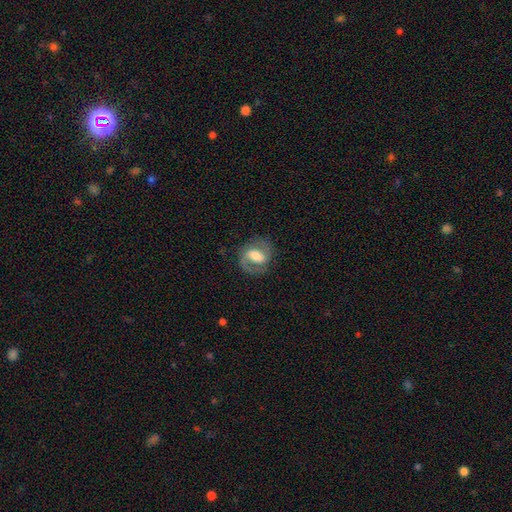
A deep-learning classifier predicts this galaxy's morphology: Smooth or featured: featured or disk — 72% (smooth — 22%)
Edge-on disk: no — 97% (yes — 3%)
Bar: weak — 44% (strong — 36%)
Spiral arms: yes — 88% (no — 12%)
Spiral winding: medium — 51% (tight — 28%)
Spiral arm count: 2 — 79% (1 — 13%)
Bulge size: moderate — 54% (large — 25%)
Merging: none — 75% (minor disturbance — 15%)